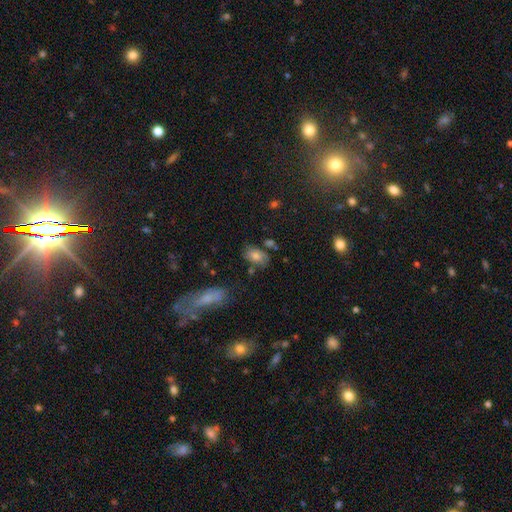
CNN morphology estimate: Q: Smooth or featured?
A: smooth (75%); runner-up: featured or disk (15%)
Q: How rounded?
A: in between (87%); runner-up: round (11%)
Q: Merging?
A: none (68%); runner-up: minor disturbance (19%)